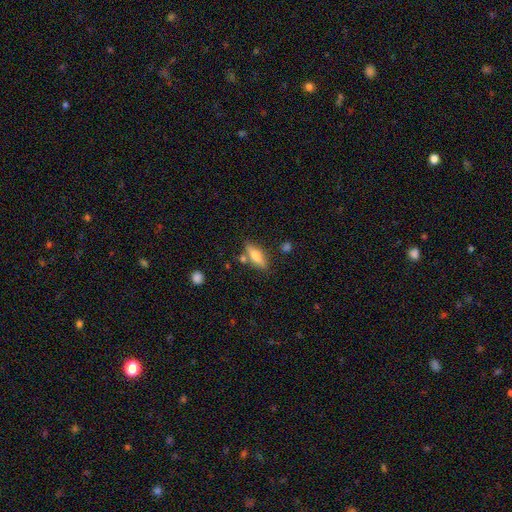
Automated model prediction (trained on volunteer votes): This appears to be a smooth galaxy with no disk features (55%) that is cigar-shaped (51%). Merging: none (75%).